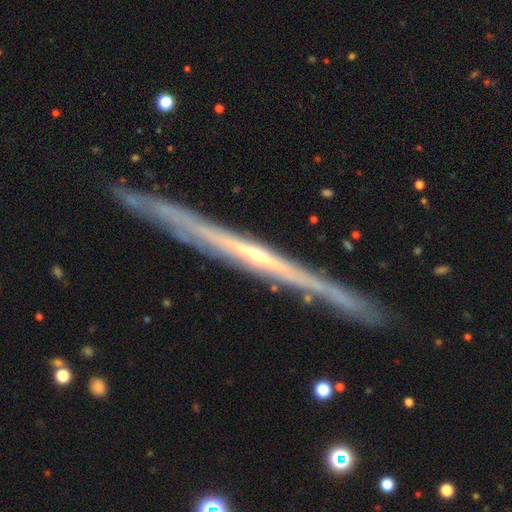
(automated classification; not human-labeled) This appears to be a featured or disk galaxy (83%) viewed edge-on (96%) with no central bulge (57%). Merging: none (87%).